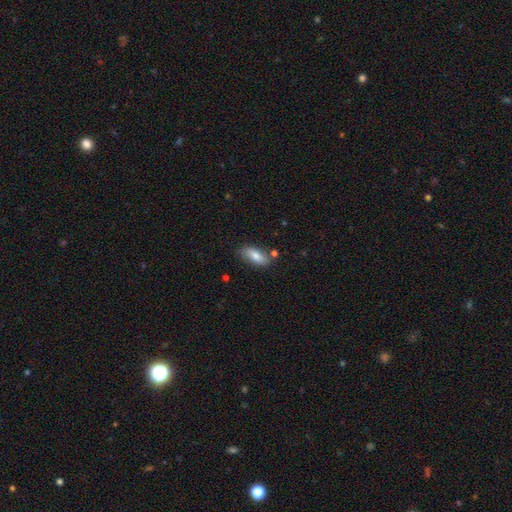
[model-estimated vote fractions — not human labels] Smooth or featured?
  - smooth: 77% *
  - featured or disk: 16%
  - star or artifact: 7%
How rounded?
  - in between: 82% *
  - cigar-shaped: 15%
  - round: 3%
Merging?
  - none: 73% *
  - minor disturbance: 17%
  - merger: 7%
  - major disturbance: 4%